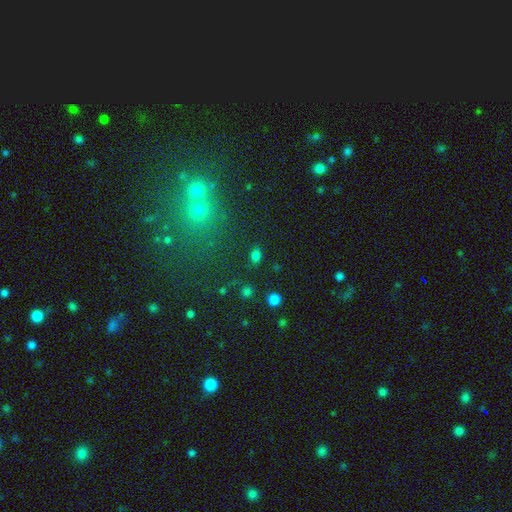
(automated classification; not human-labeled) This appears to be a smooth galaxy with no disk features (79%) that is in between round and cigar-shaped (76%). Merging: none (83%).